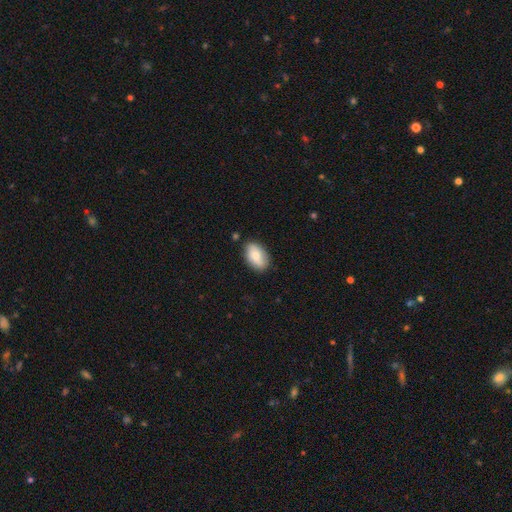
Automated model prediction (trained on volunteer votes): Smooth or featured? Predicted: smooth (p=0.75). How rounded? Predicted: in between (p=0.91). Merging? Predicted: none (p=0.81).